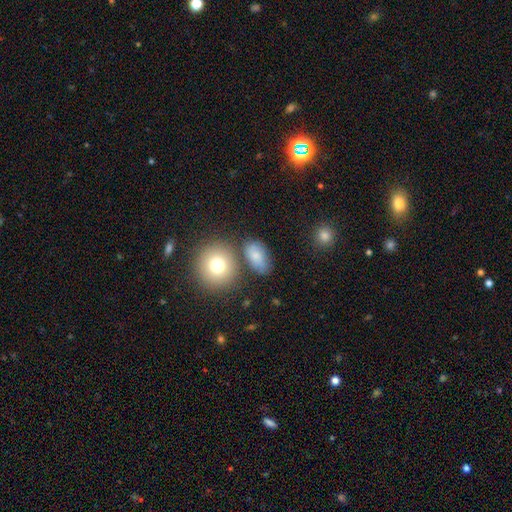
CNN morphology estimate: A smooth galaxy with no disk features (77%) that is in between round and cigar-shaped (79%).

Vote fractions:
- Smooth or featured? smooth: 77% / featured or disk: 13% / star or artifact: 10%
- How rounded? in between: 79% / round: 18% / cigar-shaped: 3%
- Merging? none: 62% / minor disturbance: 19% / merger: 13% / major disturbance: 7%